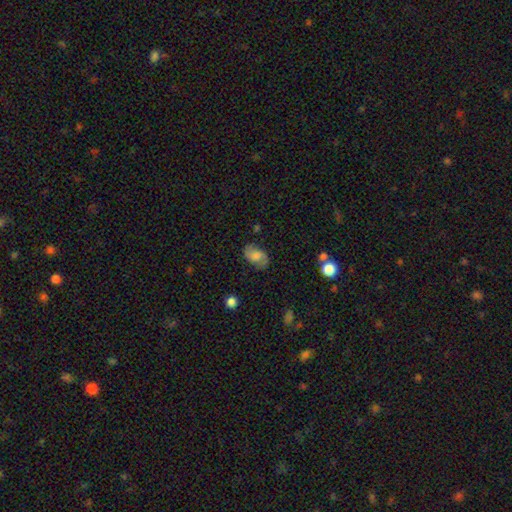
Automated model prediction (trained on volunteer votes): Morphology: type=smooth (56%); roundness=in between (88%); merging=none (72%).